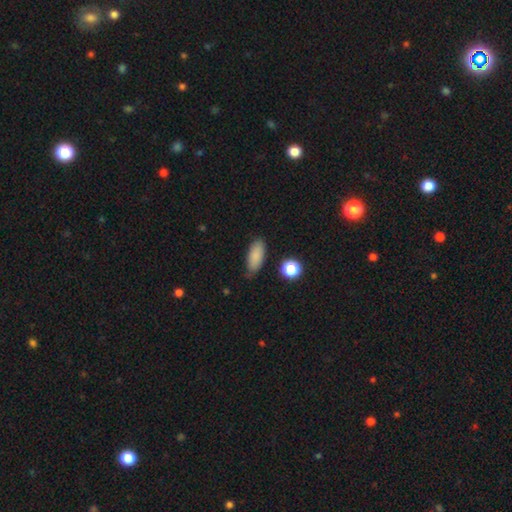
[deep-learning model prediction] smooth_or_featured: smooth (p=0.86) [alt: star or artifact p=0.08]
how_rounded: in between (p=0.83) [alt: cigar-shaped p=0.14]
merging: none (p=0.75) [alt: minor disturbance p=0.19]